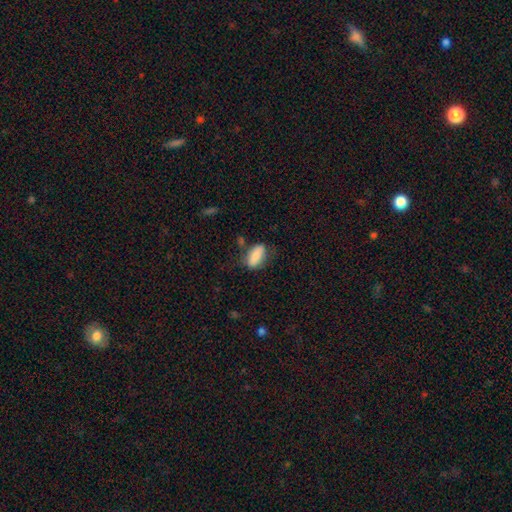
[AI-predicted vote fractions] A smooth galaxy with no disk features (81%) that is in between round and cigar-shaped (86%).

Vote fractions:
- Smooth or featured? smooth: 81% / featured or disk: 12% / star or artifact: 7%
- How rounded? in between: 86% / cigar-shaped: 10% / round: 3%
- Merging? none: 63% / minor disturbance: 24% / major disturbance: 8% / merger: 5%